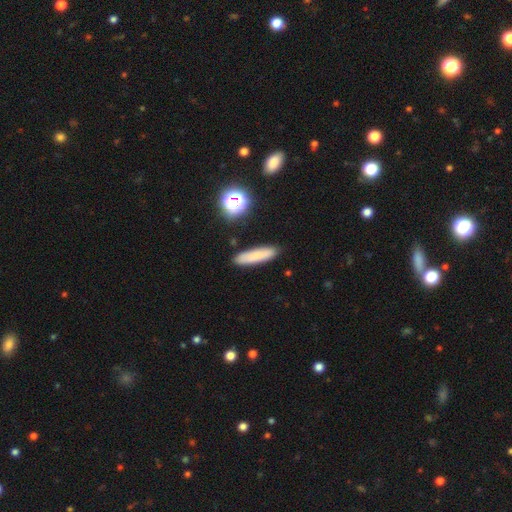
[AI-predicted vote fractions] Q: Smooth or featured?
A: smooth (79%); runner-up: featured or disk (12%)
Q: How rounded?
A: cigar-shaped (78%); runner-up: in between (20%)
Q: Merging?
A: none (88%); runner-up: minor disturbance (8%)